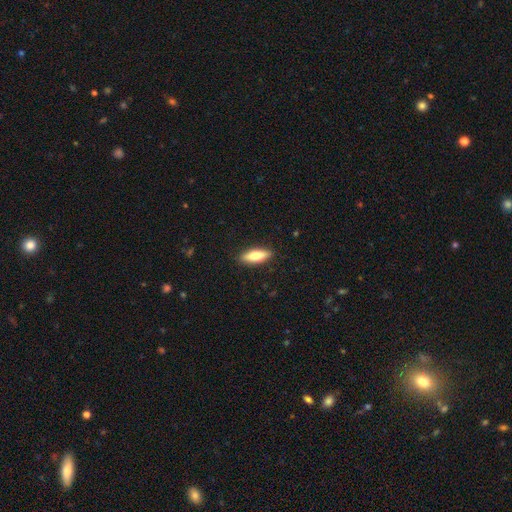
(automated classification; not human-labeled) Smooth or featured? Predicted: smooth (p=0.71). How rounded? Predicted: in between (p=0.59). Merging? Predicted: none (p=0.89).